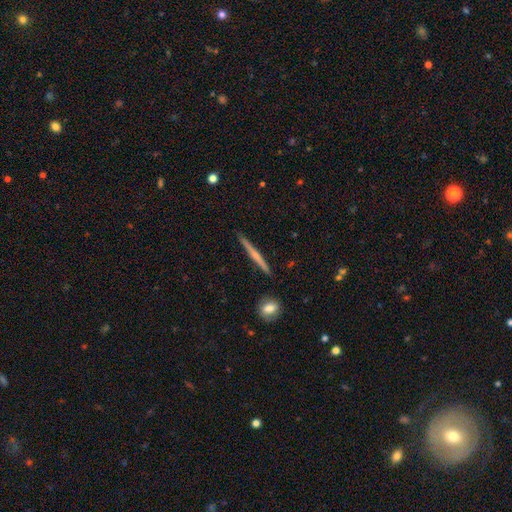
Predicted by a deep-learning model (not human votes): This appears to be a featured or disk galaxy (56%) viewed edge-on (98%) with no central bulge (58%). Merging: none (90%).